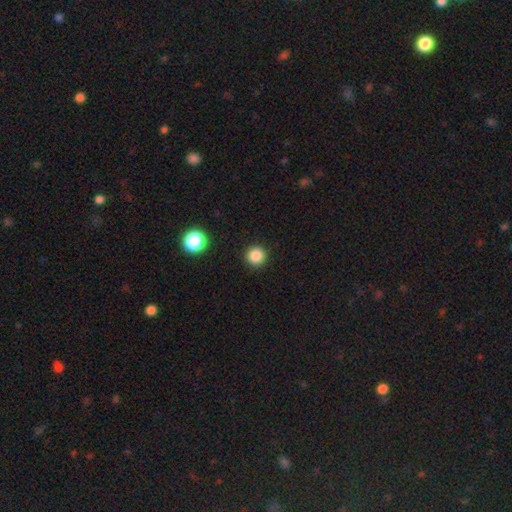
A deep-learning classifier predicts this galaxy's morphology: The model was most divided on "smooth or featured": smooth: 85%, star or artifact: 11%, featured or disk: 4%. More confident: how rounded — round (96%); merging — none (92%).